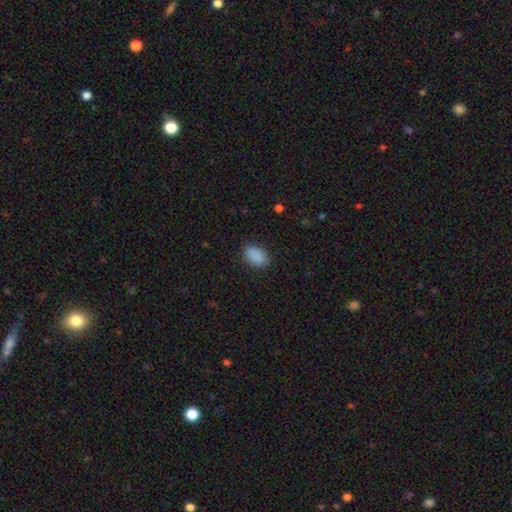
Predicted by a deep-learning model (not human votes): Smooth or featured?
  - smooth: 89% *
  - star or artifact: 8%
  - featured or disk: 3%
How rounded?
  - in between: 89% *
  - round: 9%
  - cigar-shaped: 1%
Merging?
  - none: 85% *
  - minor disturbance: 11%
  - major disturbance: 3%
  - merger: 1%